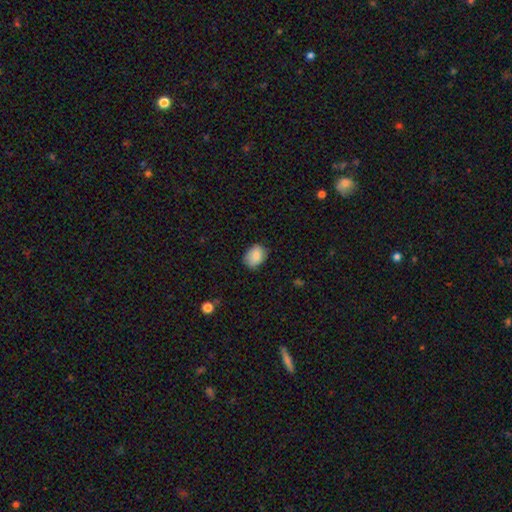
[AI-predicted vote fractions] This appears to be a smooth galaxy with no disk features (86%) that is in between round and cigar-shaped (74%). Merging: none (75%).